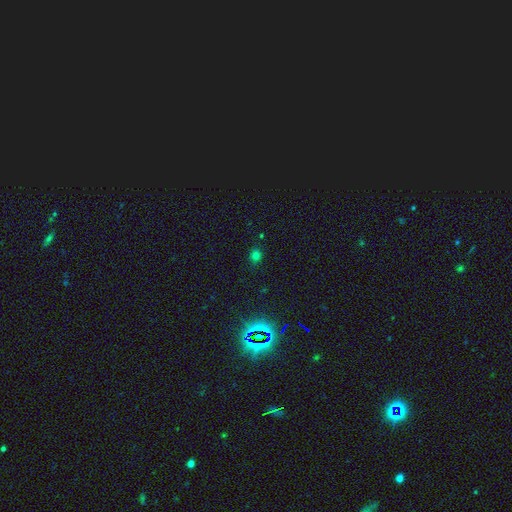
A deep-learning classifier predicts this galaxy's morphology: A smooth galaxy with no disk features (68%) that is round (68%).

Vote fractions:
- Smooth or featured? smooth: 68% / star or artifact: 27% / featured or disk: 5%
- How rounded? round: 68% / in between: 31% / cigar-shaped: 1%
- Merging? none: 84% / minor disturbance: 11% / major disturbance: 3% / merger: 2%